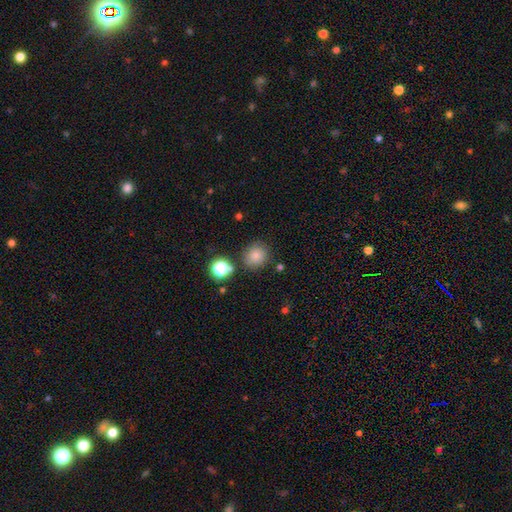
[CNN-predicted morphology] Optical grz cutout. It shows a smooth galaxy with no disk features (80%) that is round (82%). Merging: none (81%).